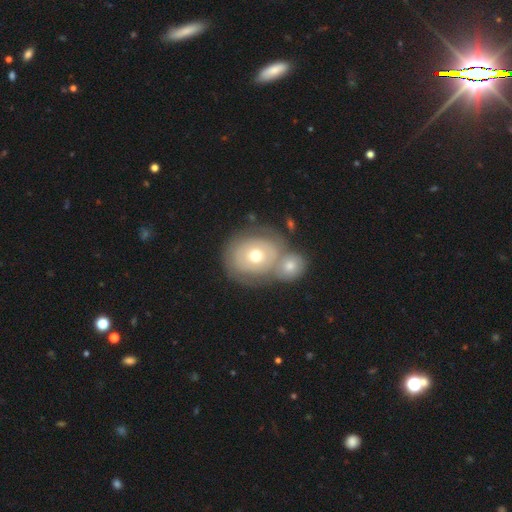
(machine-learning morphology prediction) A featured or disk galaxy (55%) with no bar (86%), spiral arms (53%) and a moderate central bulge (67%).

Vote fractions:
- Smooth or featured? featured or disk: 55% / smooth: 35% / star or artifact: 10%
- Edge-on disk? no: 96% / yes: 4%
- Bar? no: 86% / weak: 11% / strong: 4%
- Spiral arms? yes: 53% / no: 47%
- Bulge size? moderate: 67% / small: 26% / large: 5% / dominant: 1% / none: 1%
- Merging? merger: 43% (tied) / none: 43% (tied) / minor disturbance: 10% / major disturbance: 4%